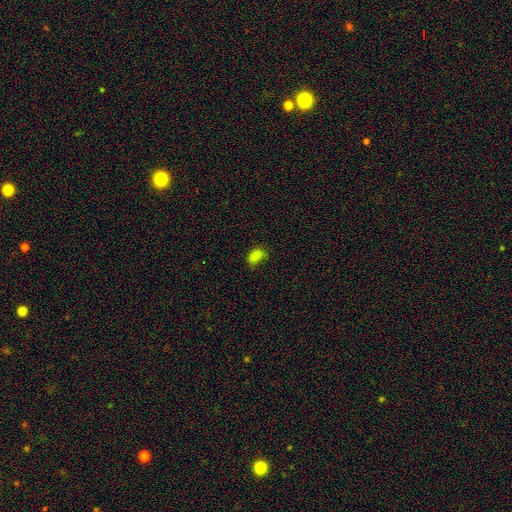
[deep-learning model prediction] Smooth or featured? smooth (82%)
How rounded? in between (89%)
Merging? none (69%)